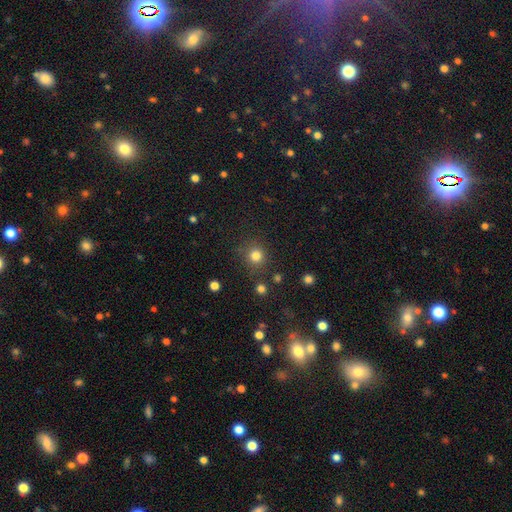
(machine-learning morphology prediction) Smooth or featured? Predicted: smooth (p=0.81). How rounded? Predicted: round (p=0.91). Merging? Predicted: none (p=0.85).